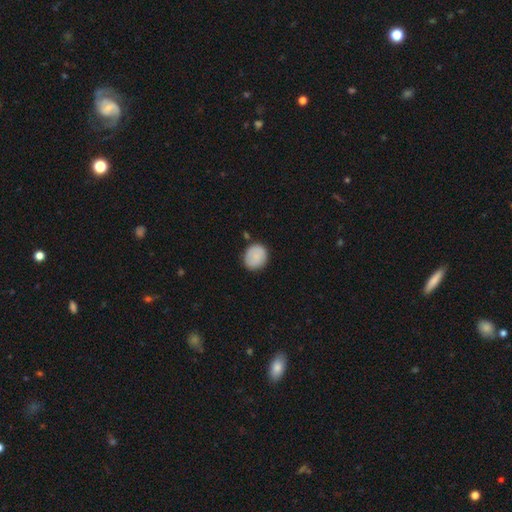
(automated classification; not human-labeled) Overall: smooth (86%). How rounded: round (75%). Merging: none (82%).